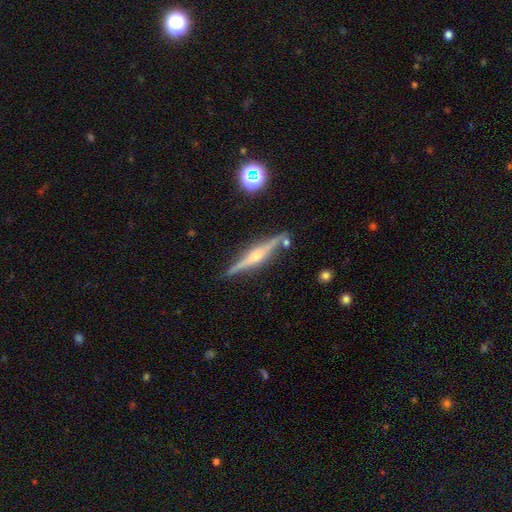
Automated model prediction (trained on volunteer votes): smooth-or-featured: featured or disk: 79% | smooth: 14% | star or artifact: 7%
  disk-edge-on: yes: 98% | no: 2%
    edge-on-bulge: rounded: 89% | boxy: 7% | none: 5%
  merging: none: 84% | minor disturbance: 10% | merger: 4% | major disturbance: 2%